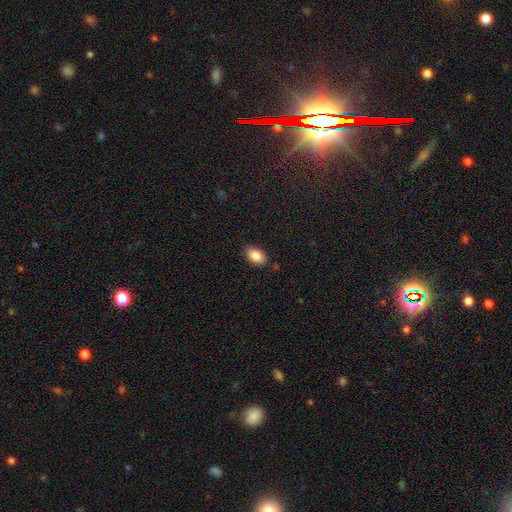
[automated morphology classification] smooth-or-featured: smooth: 86% | star or artifact: 8% | featured or disk: 6%
  how-rounded: in between: 92% | round: 6% | cigar-shaped: 2%
  merging: none: 85% | minor disturbance: 11% | major disturbance: 2% | merger: 2%